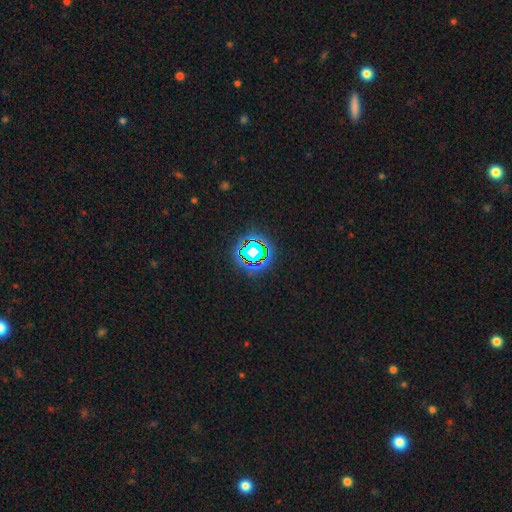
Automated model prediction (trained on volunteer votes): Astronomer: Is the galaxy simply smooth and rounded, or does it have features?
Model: star or artifact — 80%.